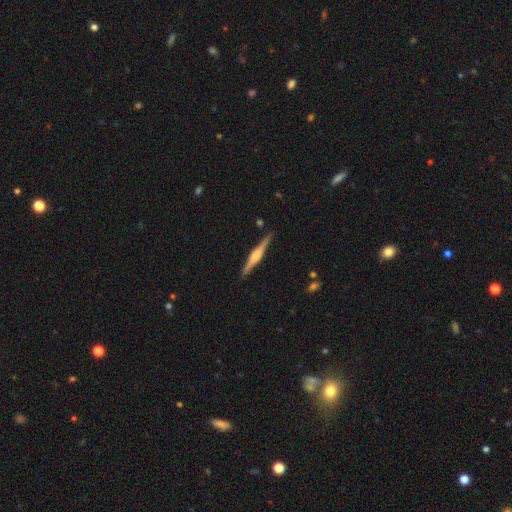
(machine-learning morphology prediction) A featured or disk galaxy (77%) viewed edge-on (98%) with a rounded central bulge (71%).

Vote fractions:
- Smooth or featured? featured or disk: 77% / smooth: 18% / star or artifact: 5%
- Edge-on disk? yes: 98% / no: 2%
- Edge-on bulge? rounded: 71% / boxy: 24% / none: 5%
- Merging? none: 89% / minor disturbance: 8% / major disturbance: 2% / merger: 1%